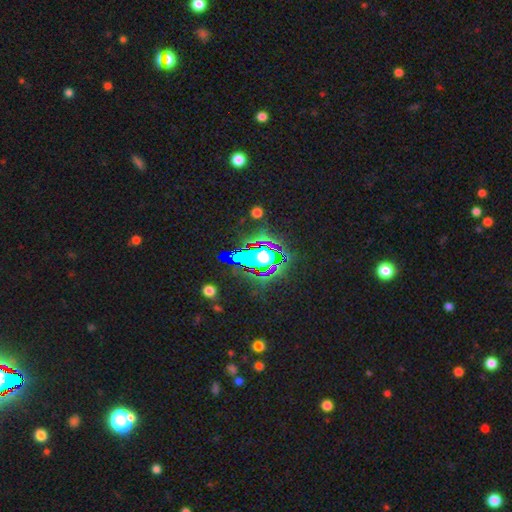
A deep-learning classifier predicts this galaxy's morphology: smooth_or_featured: star or artifact (p=0.62) [alt: smooth p=0.21]